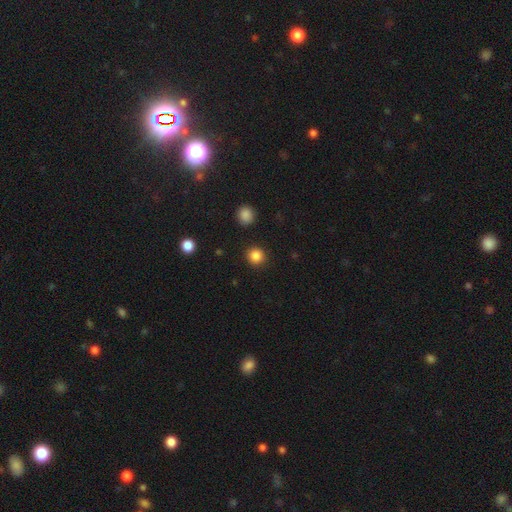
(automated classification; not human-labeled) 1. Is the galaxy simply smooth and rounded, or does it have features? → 86% smooth, 11% star or artifact, 3% featured or disk.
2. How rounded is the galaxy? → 92% round, 7% in between, 1% cigar-shaped.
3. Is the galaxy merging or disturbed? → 90% none, 6% minor disturbance, 2% major disturbance, 1% merger.